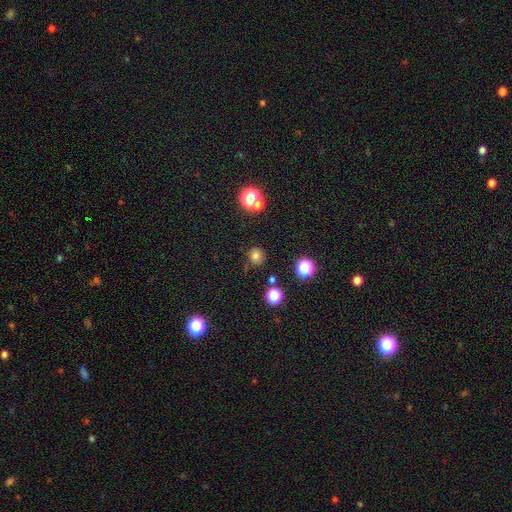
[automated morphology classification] type=smooth (74%); roundness=round (91%); merging=none (84%).